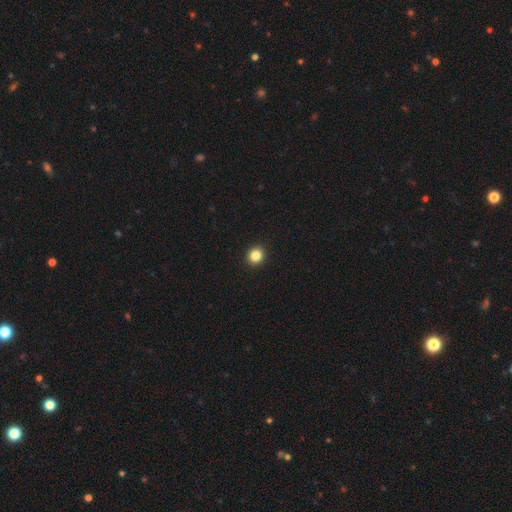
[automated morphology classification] A smooth galaxy with no disk features (84%) that is round (89%). Merging: none (93%).